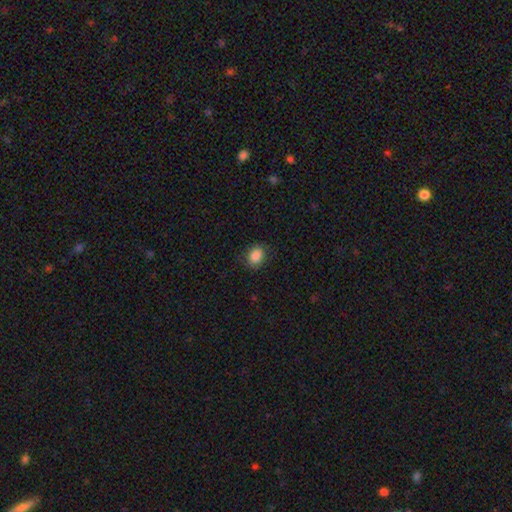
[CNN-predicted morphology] Smooth or featured? smooth (87%)
How rounded? in between (53%)
Merging? none (81%)